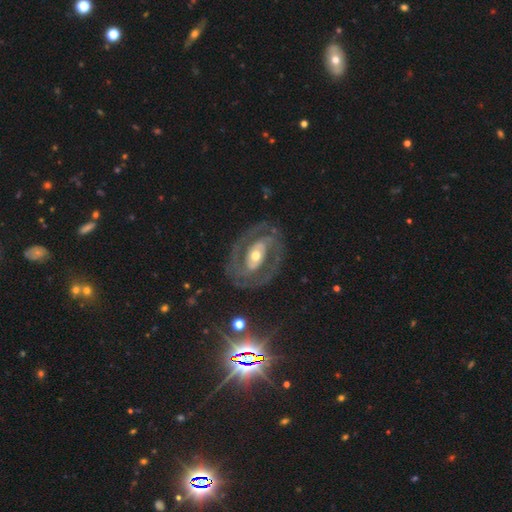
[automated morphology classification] Smooth or featured: featured or disk — 83% (smooth — 12%)
Edge-on disk: no — 96% (yes — 4%)
Bar: no — 47% (weak — 30%)
Spiral arms: yes — 77% (no — 23%)
Spiral winding: tight — 51% (medium — 36%)
Spiral arm count: 2 — 71% (can't tell — 15%)
Bulge size: moderate — 68% (small — 20%)
Merging: none — 76% (minor disturbance — 13%)